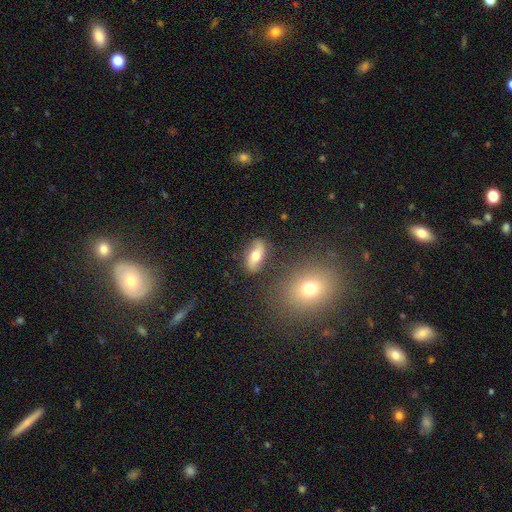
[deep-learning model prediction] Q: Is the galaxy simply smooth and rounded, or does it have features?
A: smooth — 53%.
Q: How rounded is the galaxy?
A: in between — 81%.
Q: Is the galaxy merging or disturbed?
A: none — 78%.